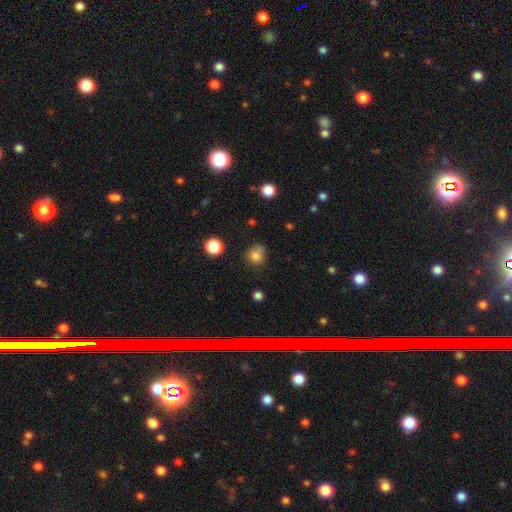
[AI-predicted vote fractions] Overall: smooth (80%). How rounded: round (74%). Merging: none (59%; minor disturbance 26%).